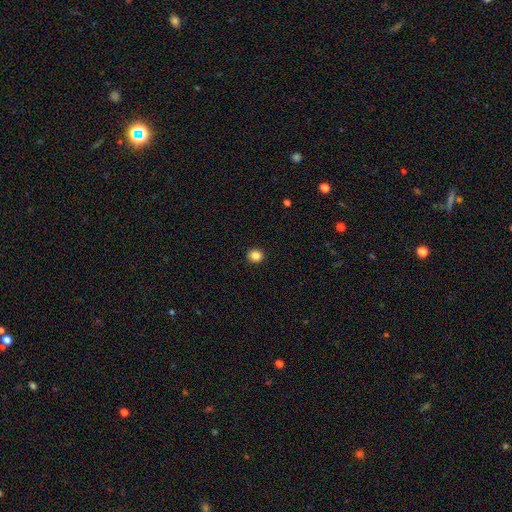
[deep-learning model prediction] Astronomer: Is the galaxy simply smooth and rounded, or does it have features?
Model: smooth — 85%.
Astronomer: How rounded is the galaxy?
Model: round — 85%.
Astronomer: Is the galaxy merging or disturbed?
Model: none — 93%.